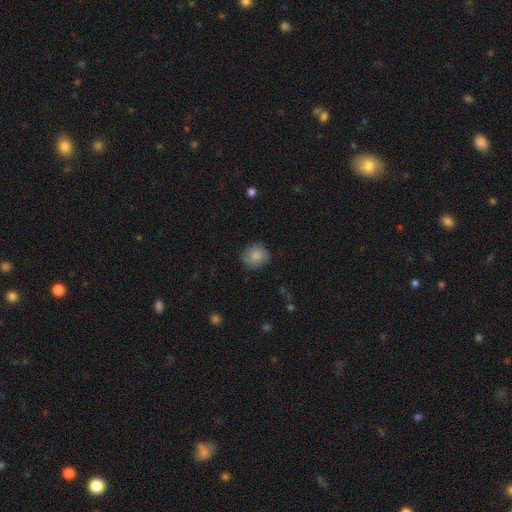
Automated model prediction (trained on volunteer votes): Smooth or featured? Predicted: smooth (p=0.86). How rounded? Predicted: round (p=0.77). Merging? Predicted: none (p=0.82).